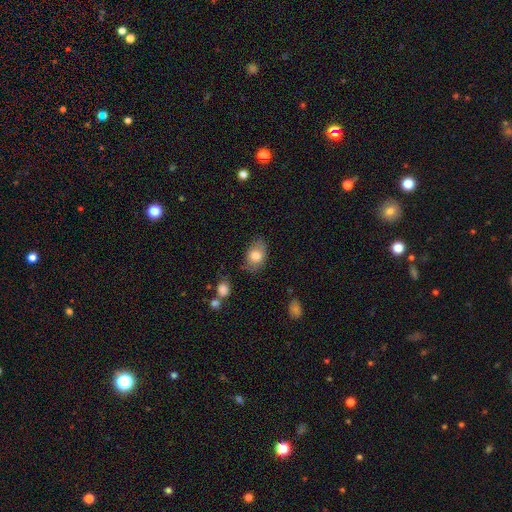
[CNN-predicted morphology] Smooth or featured? Predicted: smooth (p=0.78). How rounded? Predicted: in between (p=0.82). Merging? Predicted: none (p=0.72).